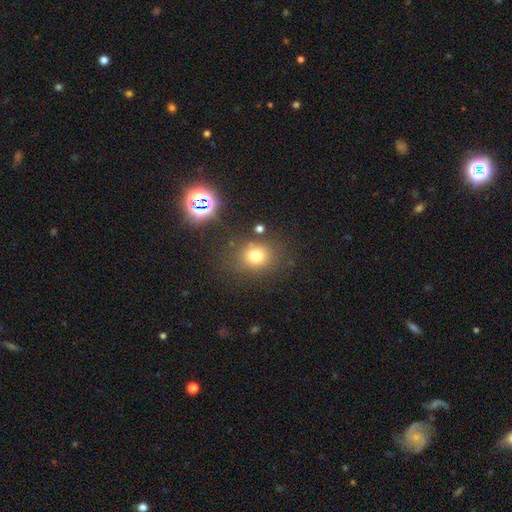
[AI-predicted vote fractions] Smooth or featured?
  - smooth: 73% *
  - star or artifact: 18%
  - featured or disk: 9%
How rounded?
  - round: 68% *
  - in between: 31%
  - cigar-shaped: 1%
Merging?
  - none: 76% *
  - minor disturbance: 12%
  - major disturbance: 6%
  - merger: 5%